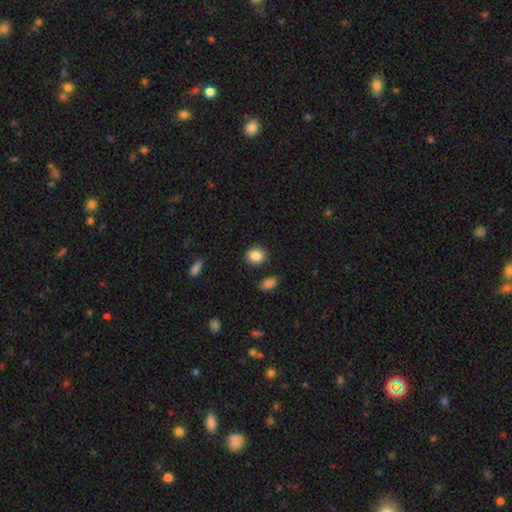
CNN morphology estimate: A smooth galaxy with no disk features (87%) that is round (63%). Merging: none (86%).